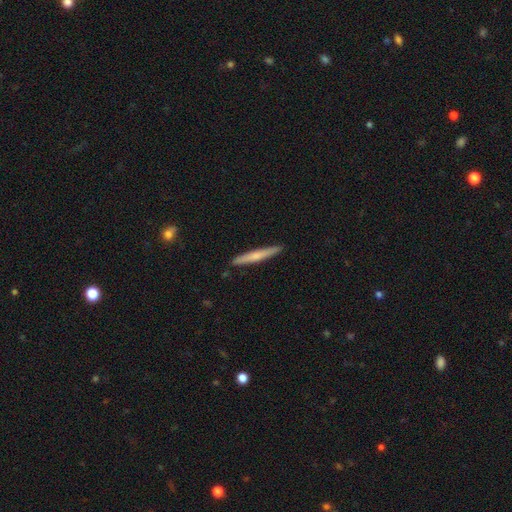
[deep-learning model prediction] Q: Smooth or featured?
A: smooth (56%); runner-up: featured or disk (39%)
Q: How rounded?
A: cigar-shaped (96%); runner-up: in between (3%)
Q: Merging?
A: none (91%); runner-up: minor disturbance (7%)